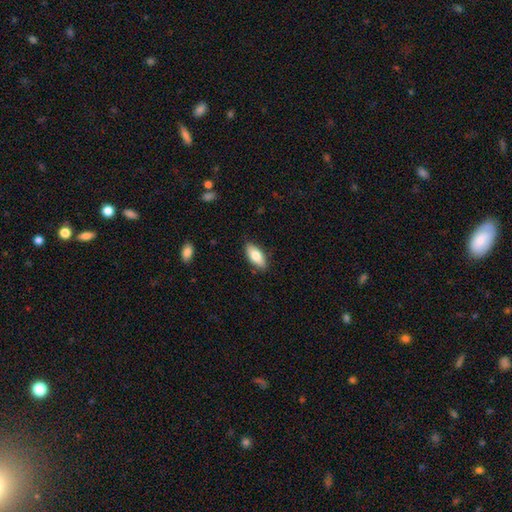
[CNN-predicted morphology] The model was most divided on "smooth or featured": smooth: 77%, featured or disk: 17%, star or artifact: 6%. More confident: merging — none (87%); how rounded — in between (82%).